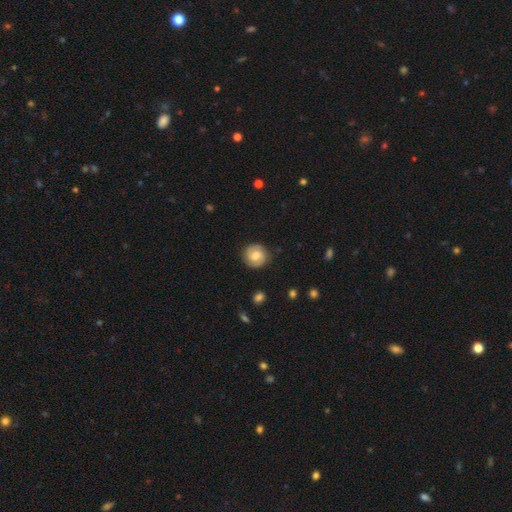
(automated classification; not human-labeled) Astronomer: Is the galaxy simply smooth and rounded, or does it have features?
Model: featured or disk — 63%.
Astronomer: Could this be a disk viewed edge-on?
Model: no — 98%.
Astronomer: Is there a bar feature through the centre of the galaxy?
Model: no — 46% (runner-up: weak, 45%).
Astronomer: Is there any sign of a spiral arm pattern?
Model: yes — 92%.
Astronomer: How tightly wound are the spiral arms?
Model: tight — 49% (runner-up: medium, 39%).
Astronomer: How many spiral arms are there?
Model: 2 — 86%.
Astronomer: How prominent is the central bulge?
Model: moderate — 65%.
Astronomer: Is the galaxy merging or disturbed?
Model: none — 86%.